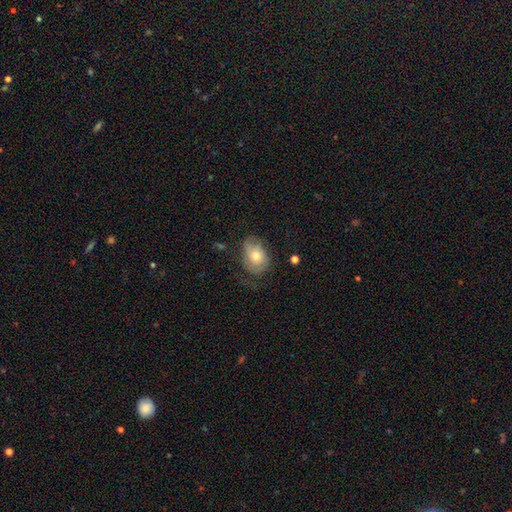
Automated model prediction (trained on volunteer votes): The model was most divided on "merging": none: 49%, minor disturbance: 30%, major disturbance: 19%, merger: 2%. More confident: how rounded — in between (72%); smooth or featured — smooth (60%).